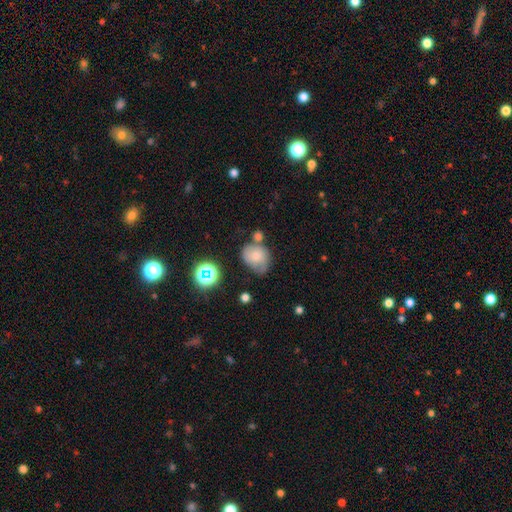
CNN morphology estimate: type=smooth (62%); roundness=round (55%); merging=none (40%).